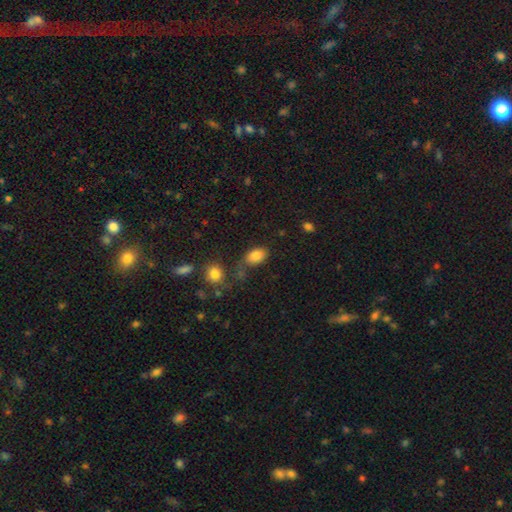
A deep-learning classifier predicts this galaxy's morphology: smooth 84%, star or artifact 9%, featured or disk 7%. Down the decision tree: how rounded — in between (88%); merging — none (56%).